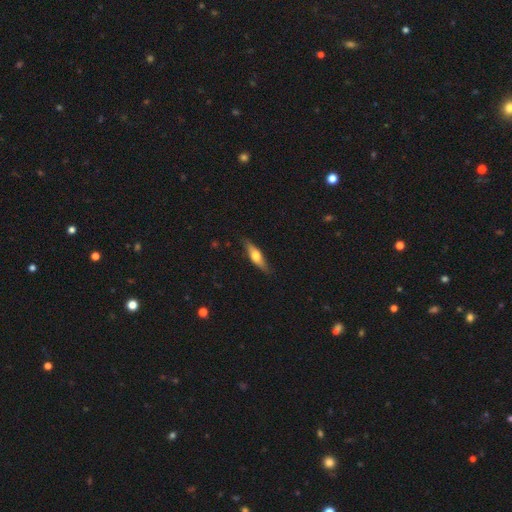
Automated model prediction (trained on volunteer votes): Smooth or featured: featured or disk — 49% (smooth — 45%)
Merging: none — 84% (minor disturbance — 13%)